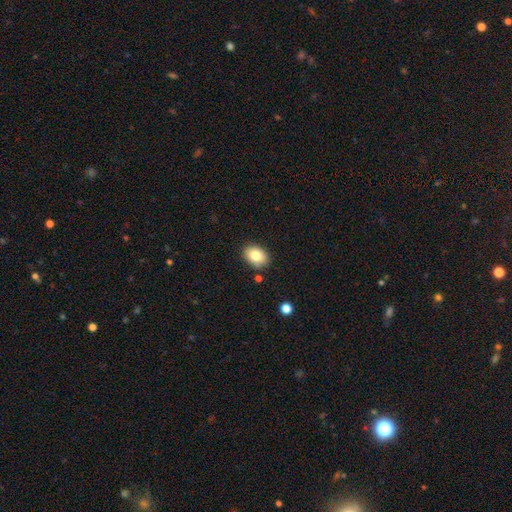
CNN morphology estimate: type=smooth (81%); roundness=in between (77%); merging=none (84%).